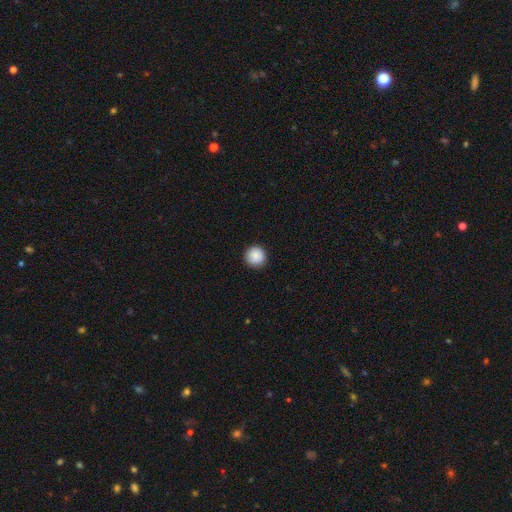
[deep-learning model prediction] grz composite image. It shows a smooth galaxy with no disk features (89%) that is round (96%). Merging: none (92%).